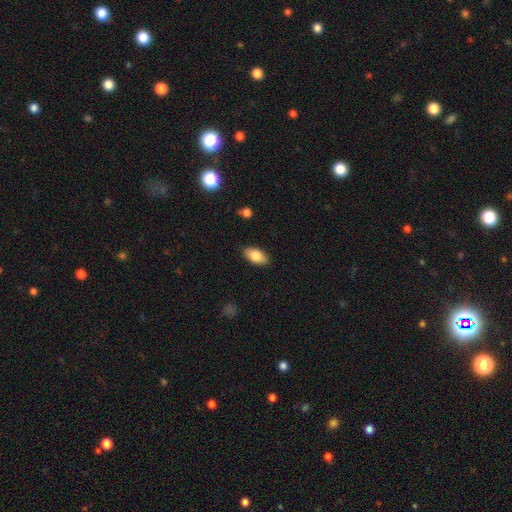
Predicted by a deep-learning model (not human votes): Morphology: type=smooth (83%); roundness=in between (92%); merging=none (87%).